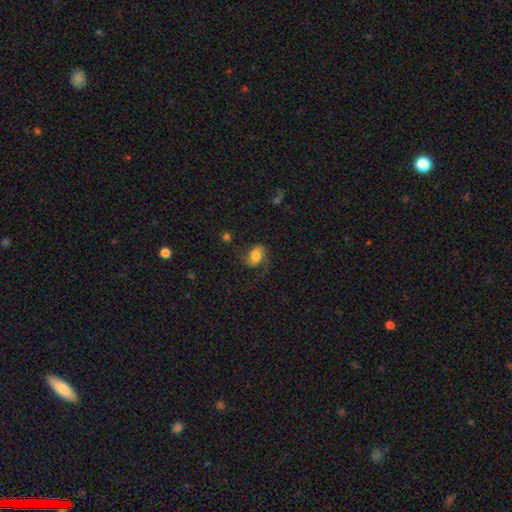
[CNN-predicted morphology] type=smooth (51%); roundness=in between (75%); merging=none (51%).